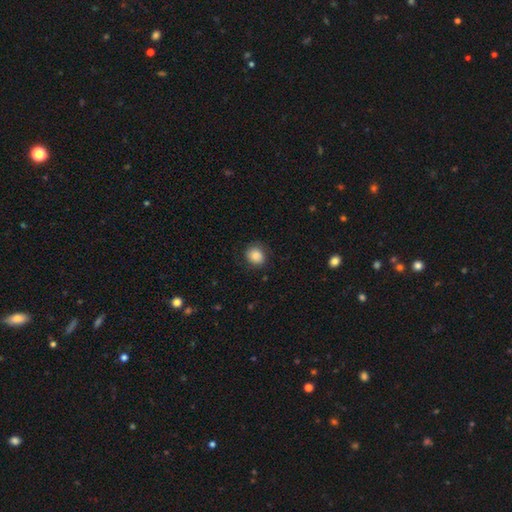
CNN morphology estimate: A smooth galaxy with no disk features (85%) that is round (69%).

Vote fractions:
- Smooth or featured? smooth: 85% / star or artifact: 8% / featured or disk: 7%
- How rounded? round: 69% / in between: 30% / cigar-shaped: 1%
- Merging? none: 79% / minor disturbance: 15% / major disturbance: 5% / merger: 1%